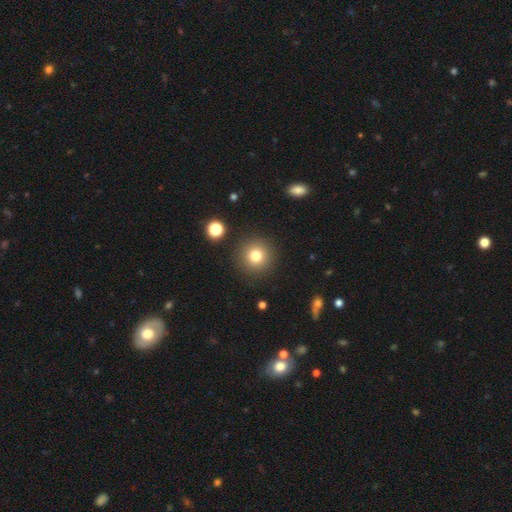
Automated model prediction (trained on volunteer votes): Smooth or featured? smooth (78%)
How rounded? round (95%)
Merging? none (90%)